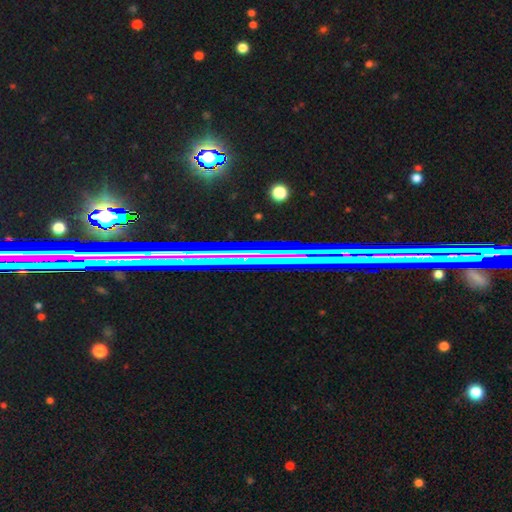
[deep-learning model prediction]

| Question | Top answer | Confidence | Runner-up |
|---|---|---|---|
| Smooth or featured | star or artifact | 52% | featured or disk (34%) |